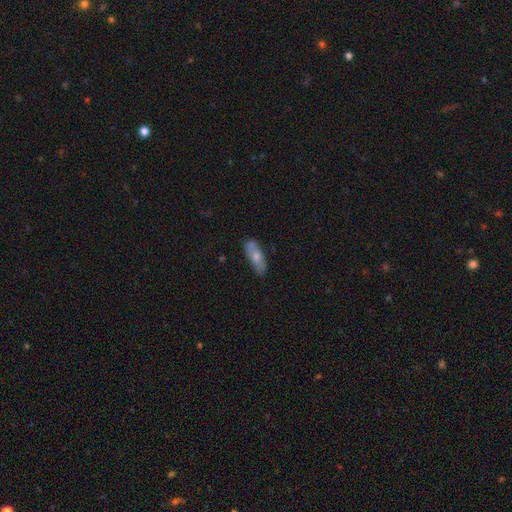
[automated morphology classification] Smooth or featured? smooth (67%)
How rounded? in between (61%)
Merging? none (65%)